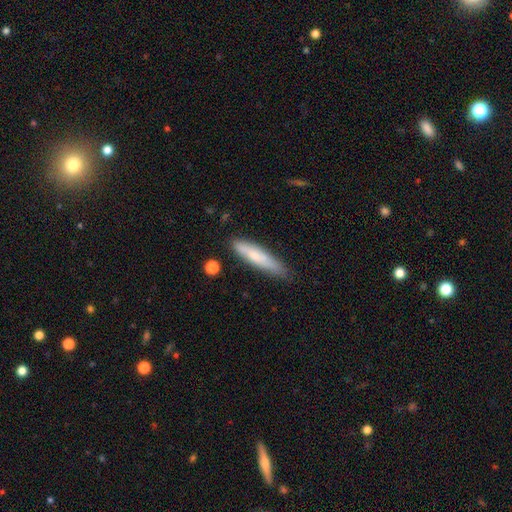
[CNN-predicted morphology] Overall: smooth (68%). How rounded: cigar-shaped (84%). Merging: none (77%).